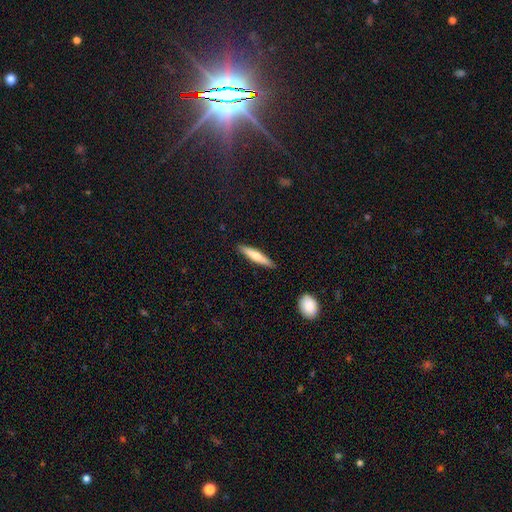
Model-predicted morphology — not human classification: Smooth or featured?
  - smooth: 65% *
  - featured or disk: 30%
  - star or artifact: 6%
How rounded?
  - cigar-shaped: 90% *
  - in between: 9%
  - round: 1%
Merging?
  - none: 90% *
  - minor disturbance: 8%
  - major disturbance: 2%
  - merger: 1%